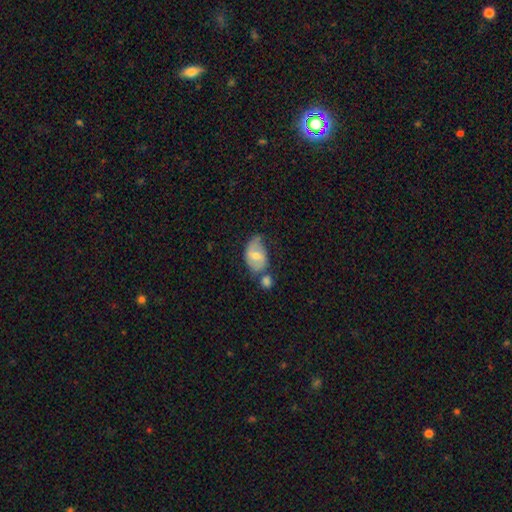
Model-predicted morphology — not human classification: This appears to be a featured or disk galaxy (47%). Merging: none (36%).